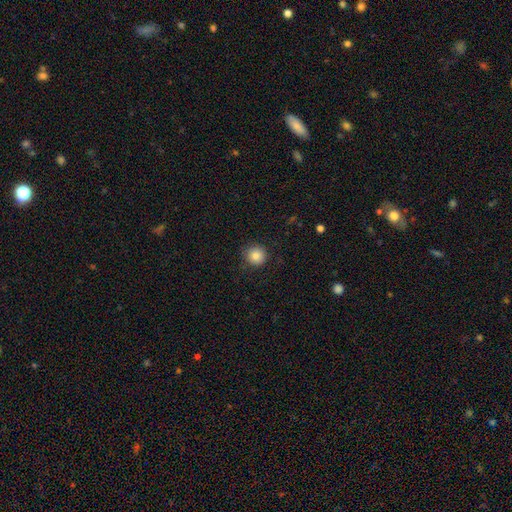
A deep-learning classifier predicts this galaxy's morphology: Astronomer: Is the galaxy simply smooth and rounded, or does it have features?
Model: smooth — 84%.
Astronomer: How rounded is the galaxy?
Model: round — 94%.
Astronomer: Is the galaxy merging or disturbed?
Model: none — 88%.